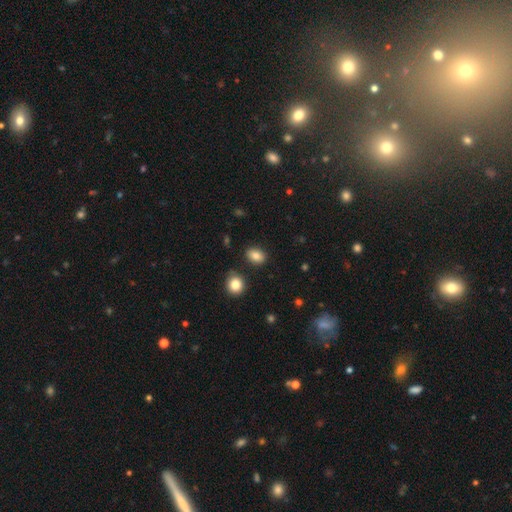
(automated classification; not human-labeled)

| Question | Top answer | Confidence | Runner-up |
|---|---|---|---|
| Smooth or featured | smooth | 84% | star or artifact (9%) |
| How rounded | in between | 74% | round (24%) |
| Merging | none | 85% | minor disturbance (9%) |